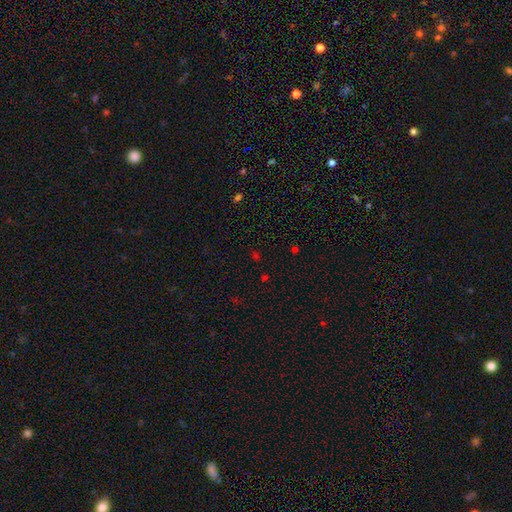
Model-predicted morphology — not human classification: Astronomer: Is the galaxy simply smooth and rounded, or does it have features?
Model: star or artifact — 51% (runner-up: smooth, 43%).